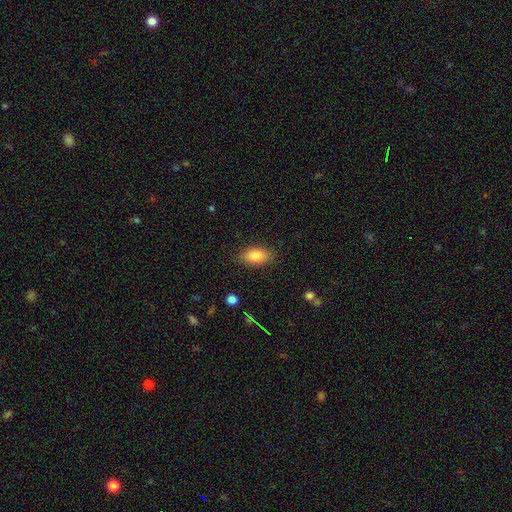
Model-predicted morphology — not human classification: A smooth galaxy with no disk features (82%) that is in between round and cigar-shaped (89%).

Vote fractions:
- Smooth or featured? smooth: 82% / featured or disk: 10% / star or artifact: 8%
- How rounded? in between: 89% / round: 6% / cigar-shaped: 4%
- Merging? none: 85% / minor disturbance: 11% / major disturbance: 3% / merger: 1%